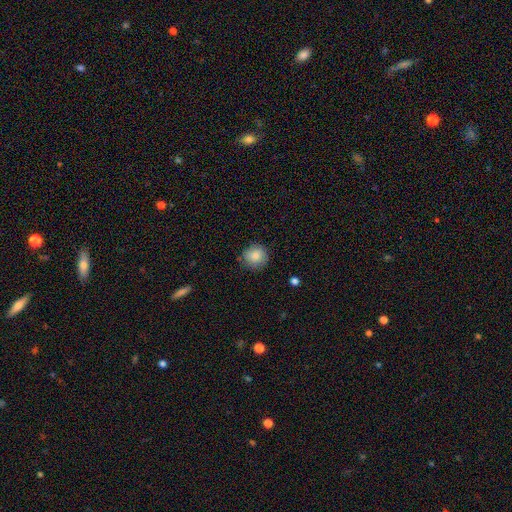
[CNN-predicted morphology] Overall: smooth (85%). How rounded: round (90%). Merging: none (80%).